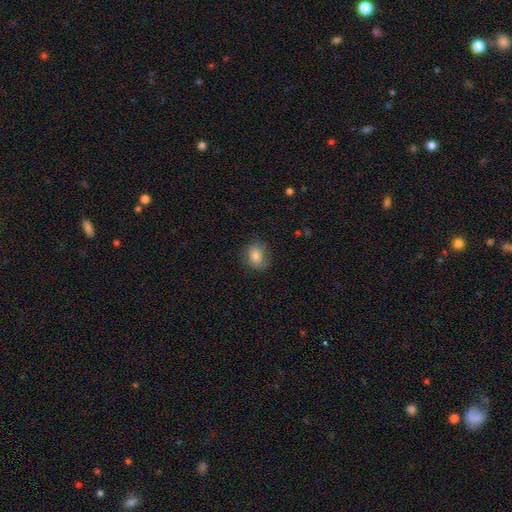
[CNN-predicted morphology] A smooth galaxy with no disk features (73%) that is round (53%). Merging: none (69%).